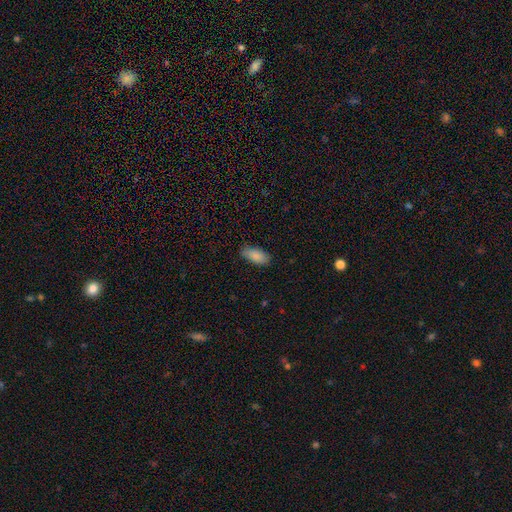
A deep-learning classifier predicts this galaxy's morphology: A smooth galaxy with no disk features (87%) that is in between round and cigar-shaped (89%). Merging: none (81%).